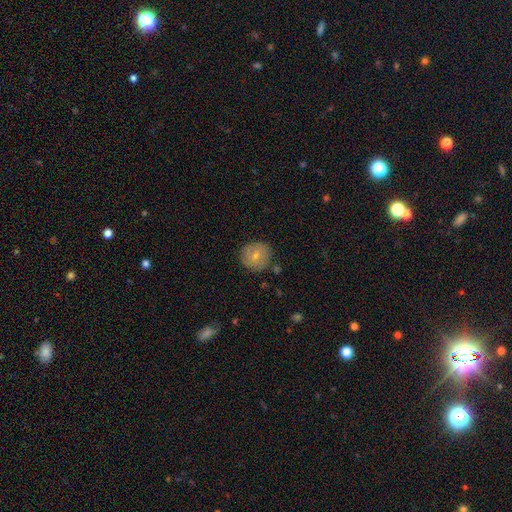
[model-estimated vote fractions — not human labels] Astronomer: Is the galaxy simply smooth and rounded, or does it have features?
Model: smooth — 72%.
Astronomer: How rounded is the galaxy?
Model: round — 92%.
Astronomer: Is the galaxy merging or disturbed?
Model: none — 83%.